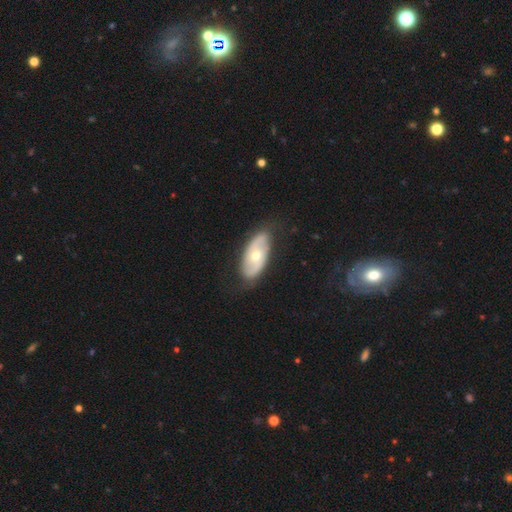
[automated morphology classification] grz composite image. It shows a featured or disk galaxy (63%) with no bar (77%), spiral arms (63%) and a moderate central bulge (65%). Merging: none (79%).